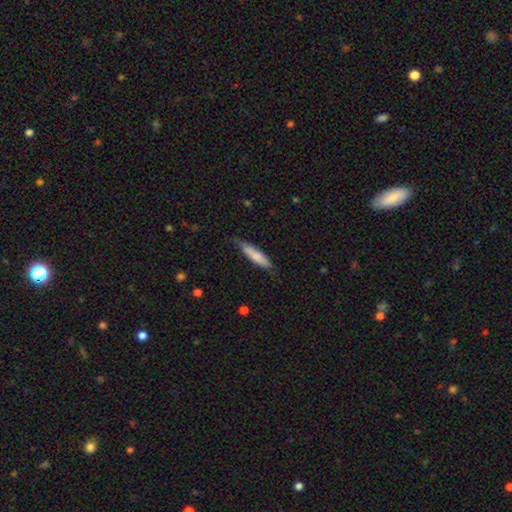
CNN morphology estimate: Overall: smooth (78%). How rounded: cigar-shaped (79%). Merging: none (65%; minor disturbance 29%).